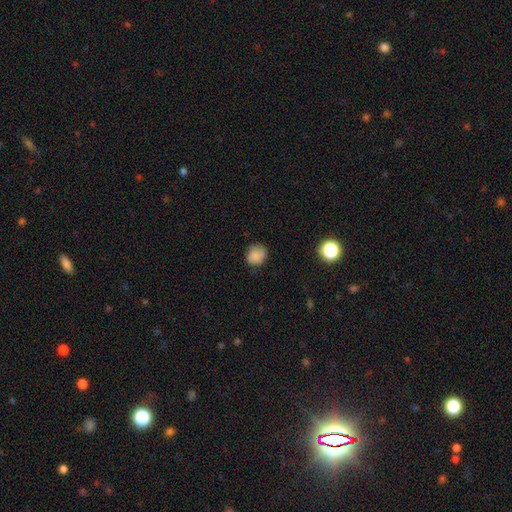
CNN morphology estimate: Smooth or featured: smooth — 84% (star or artifact — 11%)
How rounded: round — 76% (in between — 23%)
Merging: none — 77% (minor disturbance — 18%)